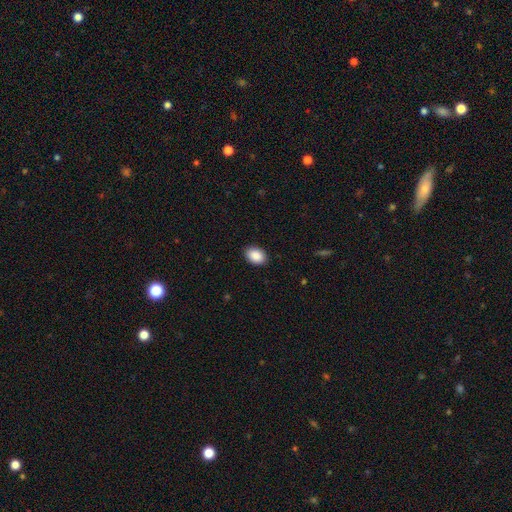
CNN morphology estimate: This appears to be a smooth galaxy with no disk features (90%) that is in between round and cigar-shaped (80%). Merging: none (90%).